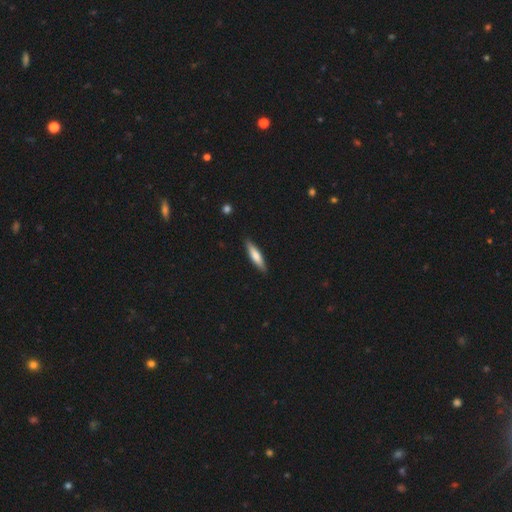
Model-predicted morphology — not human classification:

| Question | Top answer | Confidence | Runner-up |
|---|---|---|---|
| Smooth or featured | smooth | 67% | featured or disk (27%) |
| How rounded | cigar-shaped | 80% | in between (19%) |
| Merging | none | 89% | minor disturbance (8%) |